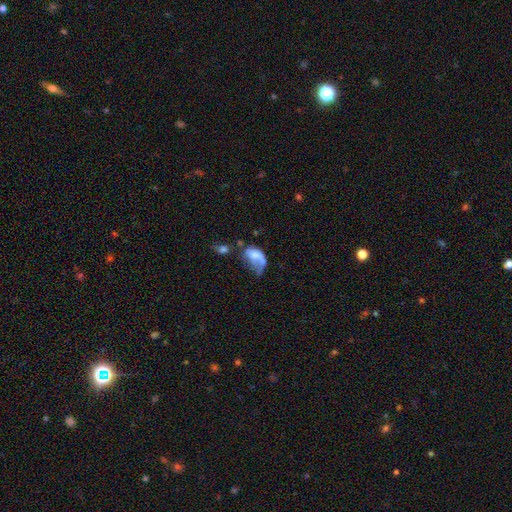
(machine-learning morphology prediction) smooth_or_featured: smooth (p=0.50) [alt: featured or disk p=0.39]
how_rounded: in between (p=0.86) [alt: round p=0.12]
merging: major disturbance (p=0.45) [alt: merger p=0.20]